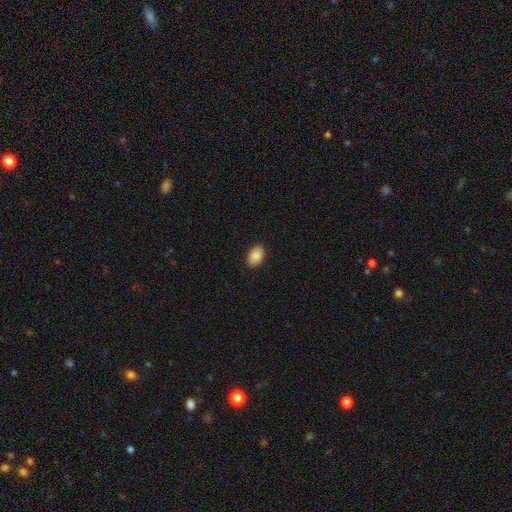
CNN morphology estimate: smooth_or_featured: smooth (p=0.89) [alt: star or artifact p=0.07]
how_rounded: in between (p=0.90) [alt: round p=0.09]
merging: none (p=0.89) [alt: minor disturbance p=0.08]